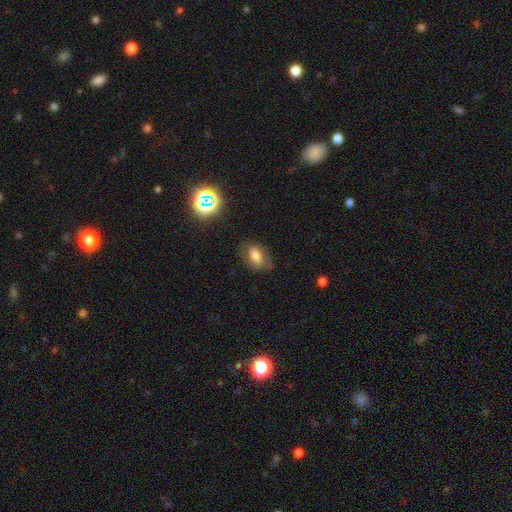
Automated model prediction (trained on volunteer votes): Smooth or featured: smooth — 69% (featured or disk — 18%)
How rounded: in between — 84% (round — 12%)
Merging: none — 72% (minor disturbance — 19%)